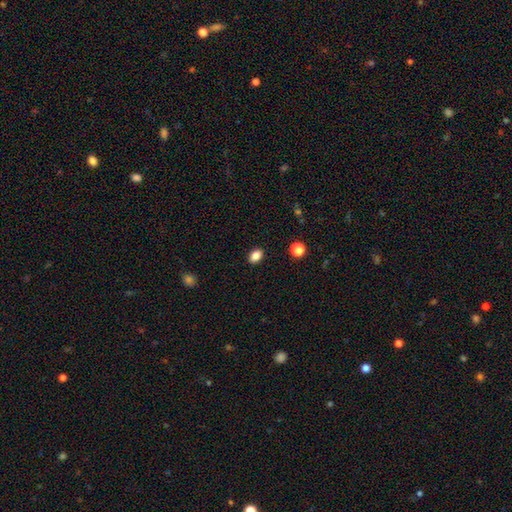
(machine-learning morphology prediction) Smooth or featured: smooth — 85% (star or artifact — 10%)
How rounded: in between — 76% (round — 23%)
Merging: none — 89% (minor disturbance — 7%)